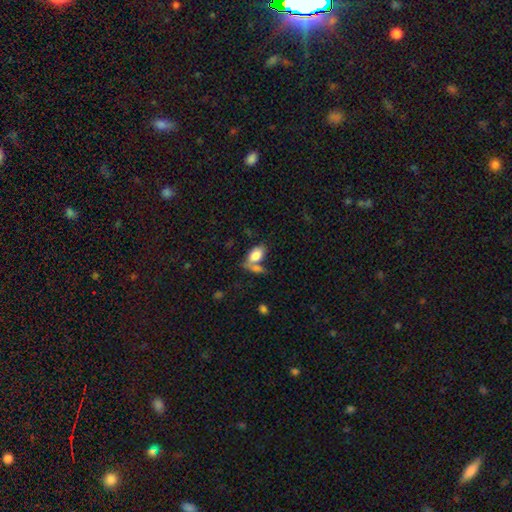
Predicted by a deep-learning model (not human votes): Q: Smooth or featured?
A: smooth (80%); runner-up: featured or disk (12%)
Q: How rounded?
A: in between (92%); runner-up: round (6%)
Q: Merging?
A: merger (43%); runner-up: none (37%)